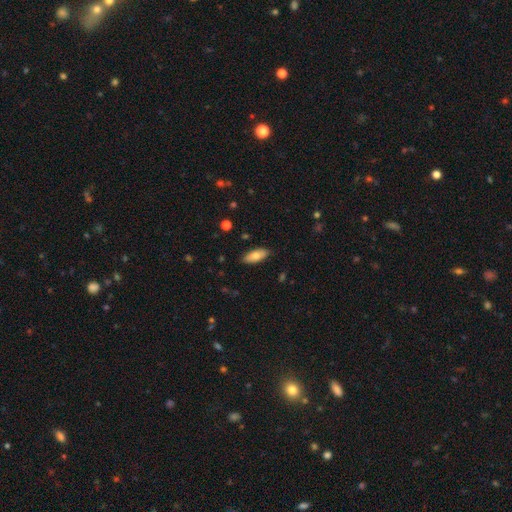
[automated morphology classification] A smooth galaxy with no disk features (76%) that is in between round and cigar-shaped (83%). Merging: none (87%).